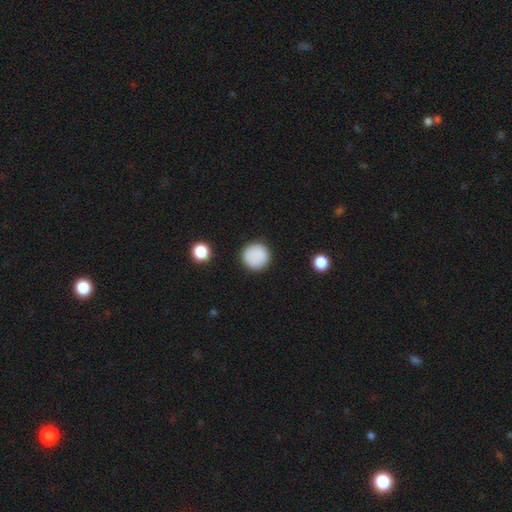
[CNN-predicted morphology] A smooth galaxy with no disk features (87%) that is round (95%).

Vote fractions:
- Smooth or featured? smooth: 87% / star or artifact: 9% / featured or disk: 5%
- How rounded? round: 95% / in between: 4% / cigar-shaped: 1%
- Merging? none: 90% / minor disturbance: 7% / major disturbance: 2% / merger: 1%